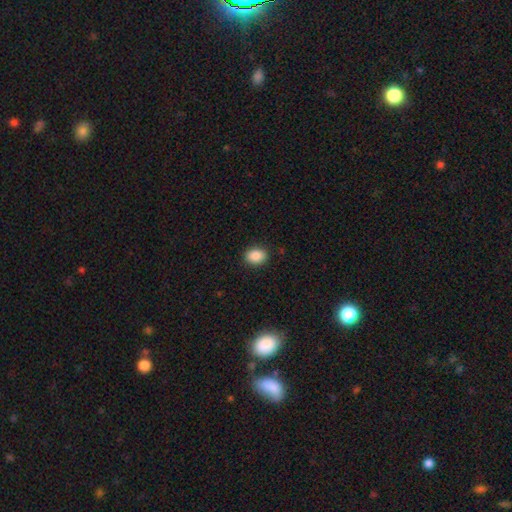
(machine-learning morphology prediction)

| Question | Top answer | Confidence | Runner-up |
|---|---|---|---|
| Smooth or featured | smooth | 88% | star or artifact (8%) |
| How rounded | in between | 64% | round (35%) |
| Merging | none | 89% | minor disturbance (8%) |